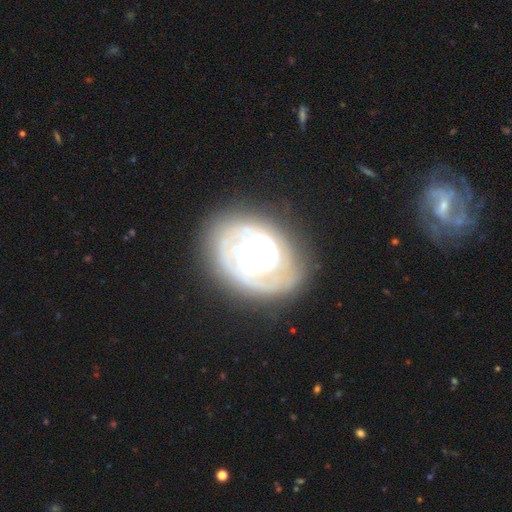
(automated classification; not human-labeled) A featured or disk galaxy (86%) with no bar (70%), 2 (39%) tight (75%) spiral arms (94%) and a small central bulge (45%). Merging: none (77%).